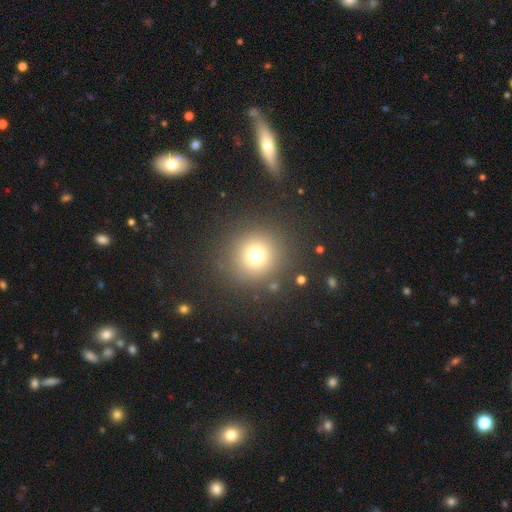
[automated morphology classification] A smooth galaxy with no disk features (72%) that is round (94%).

Vote fractions:
- Smooth or featured? smooth: 72% / star or artifact: 18% / featured or disk: 9%
- How rounded? round: 94% / in between: 5% / cigar-shaped: 1%
- Merging? none: 87% / minor disturbance: 7% / major disturbance: 4% / merger: 2%